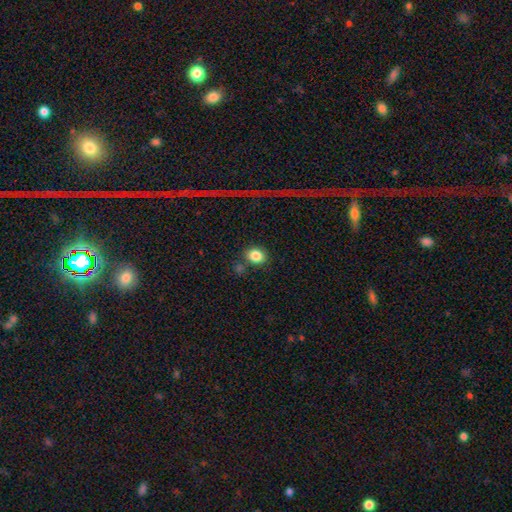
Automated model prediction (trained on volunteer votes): Overall: smooth (83%). How rounded: round (59%; in between 40%). Merging: none (75%).